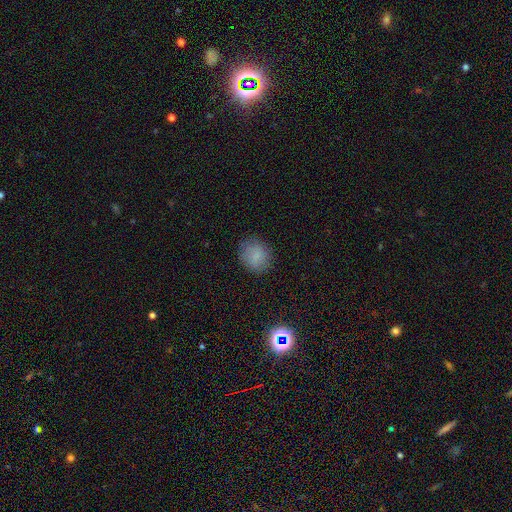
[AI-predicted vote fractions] The model was most divided on "how rounded": round: 72%, in between: 26%, cigar-shaped: 1%. More confident: merging — none (83%); smooth or featured — smooth (81%).